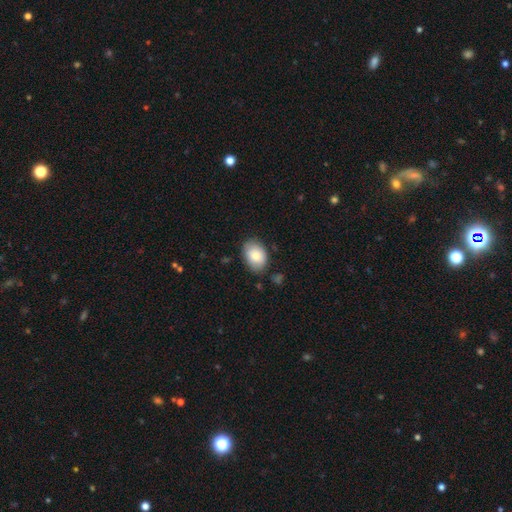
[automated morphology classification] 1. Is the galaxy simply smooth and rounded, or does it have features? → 82% smooth, 11% featured or disk, 7% star or artifact.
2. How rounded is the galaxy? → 81% in between, 18% round, 1% cigar-shaped.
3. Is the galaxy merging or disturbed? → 79% none, 16% minor disturbance, 3% major disturbance, 2% merger.